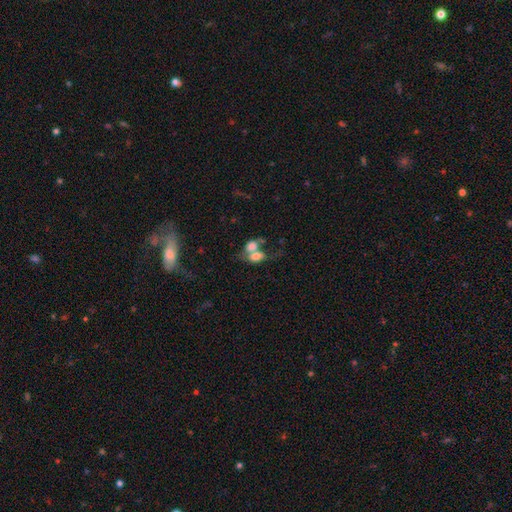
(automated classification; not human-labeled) Smooth or featured: smooth — 69% (featured or disk — 21%)
How rounded: in between — 74% (round — 24%)
Merging: merger — 68% (none — 16%)